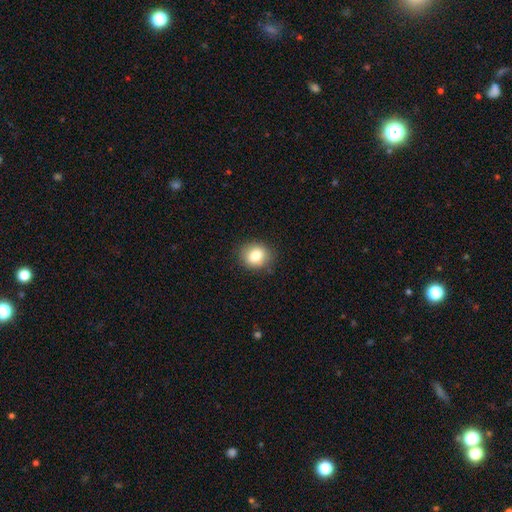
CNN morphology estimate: Overall: smooth (81%). How rounded: round (76%). Merging: none (87%).